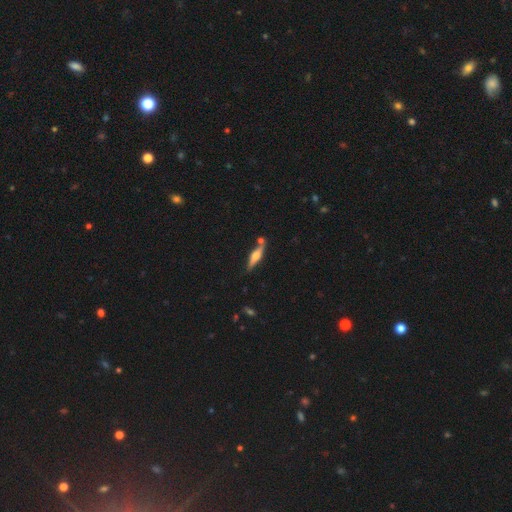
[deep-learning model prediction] Smooth or featured?
  - featured or disk: 58% *
  - smooth: 36%
  - star or artifact: 6%
Edge-on disk?
  - yes: 94% *
  - no: 6%
Edge-on bulge?
  - rounded: 87% *
  - boxy: 9%
  - none: 4%
Merging?
  - none: 74% *
  - minor disturbance: 13%
  - merger: 10%
  - major disturbance: 3%